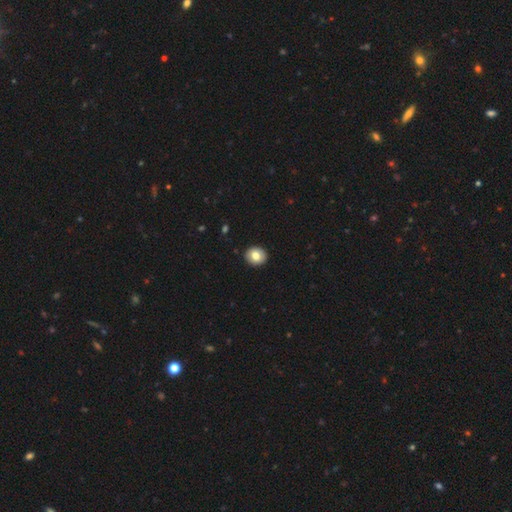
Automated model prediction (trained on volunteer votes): Overall: smooth (77%). How rounded: round (81%). Merging: none (92%).